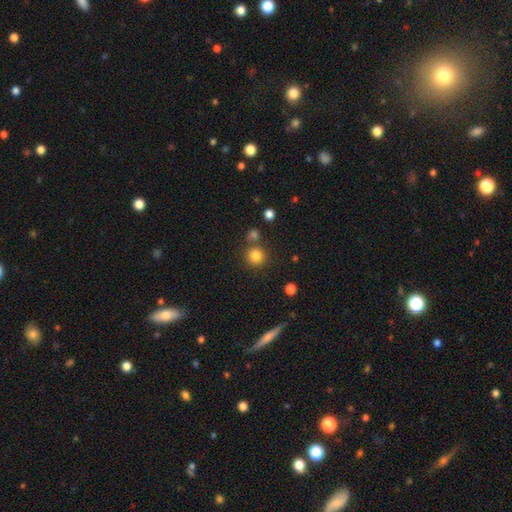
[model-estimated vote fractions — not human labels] Smooth or featured? Predicted: smooth (p=0.82). How rounded? Predicted: round (p=0.92). Merging? Predicted: none (p=0.75).